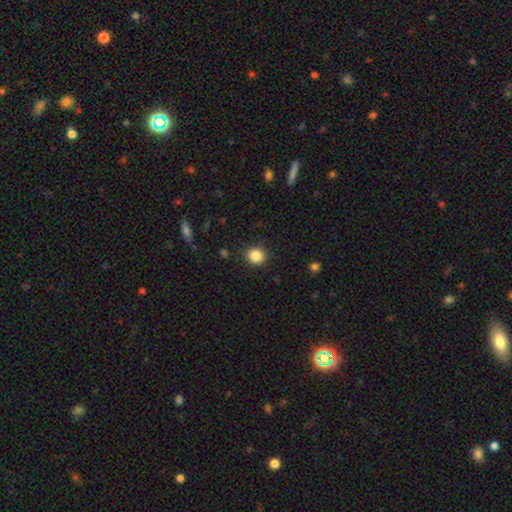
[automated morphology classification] Smooth or featured: smooth — 86% (star or artifact — 10%)
How rounded: round — 82% (in between — 17%)
Merging: none — 89% (minor disturbance — 7%)